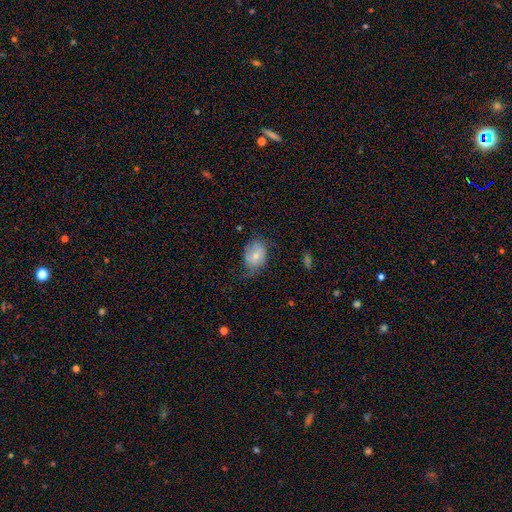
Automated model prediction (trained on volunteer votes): smooth-or-featured: smooth: 66% | featured or disk: 26% | star or artifact: 8%
  how-rounded: in between: 69% | round: 30% | cigar-shaped: 1%
  merging: none: 47% | minor disturbance: 35% | major disturbance: 16% | merger: 1%